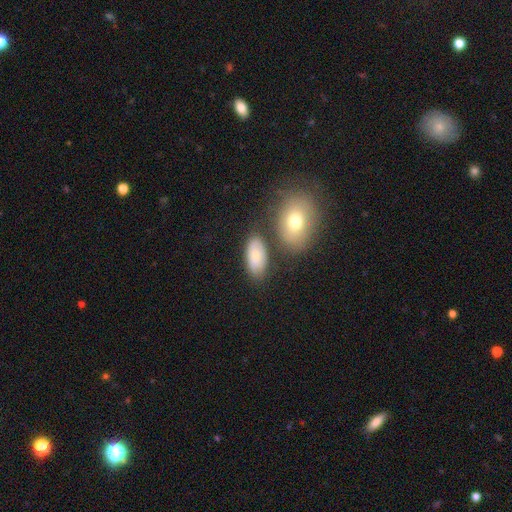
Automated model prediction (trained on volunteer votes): Smooth or featured? Predicted: smooth (p=0.72). How rounded? Predicted: in between (p=0.92). Merging? Predicted: none (p=0.69).